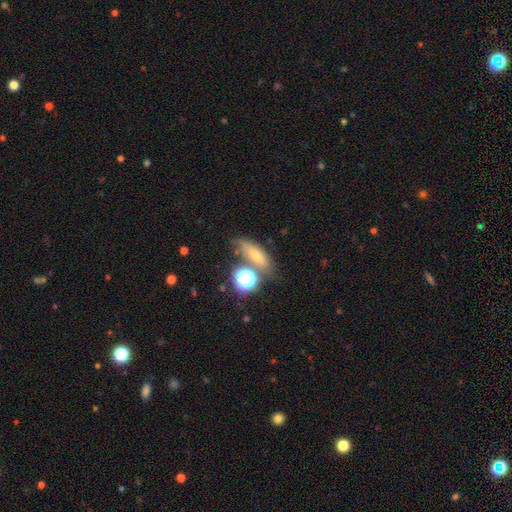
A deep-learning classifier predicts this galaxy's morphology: A smooth galaxy with no disk features (53%) that is in between round and cigar-shaped (47%). Merging: none (62%).